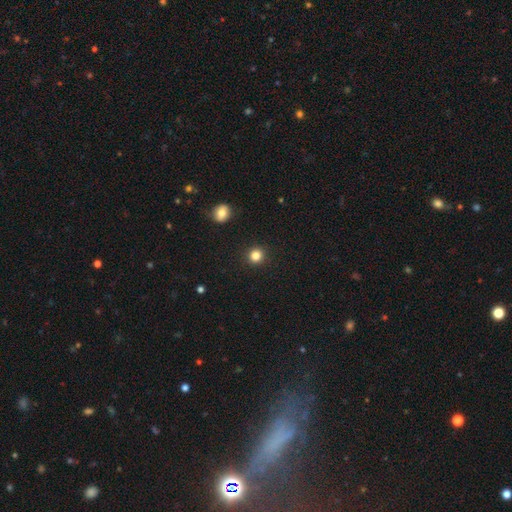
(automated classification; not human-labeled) smooth 84%, star or artifact 12%, featured or disk 4%. Down the decision tree: how rounded — round (91%); merging — none (92%).